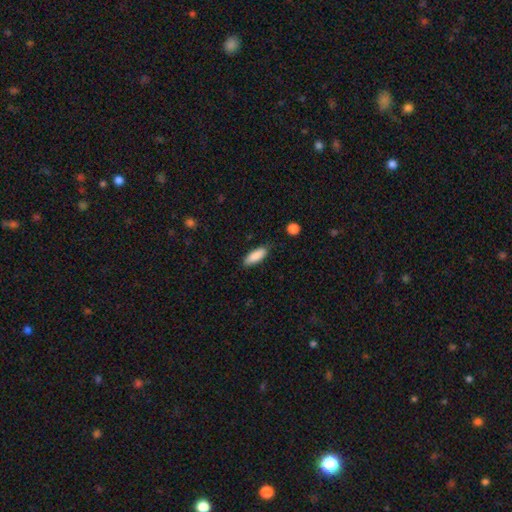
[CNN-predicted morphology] Smooth or featured?
  - smooth: 88% *
  - star or artifact: 6%
  - featured or disk: 6%
How rounded?
  - in between: 67% *
  - cigar-shaped: 31%
  - round: 2%
Merging?
  - none: 82% *
  - minor disturbance: 14%
  - major disturbance: 3%
  - merger: 2%